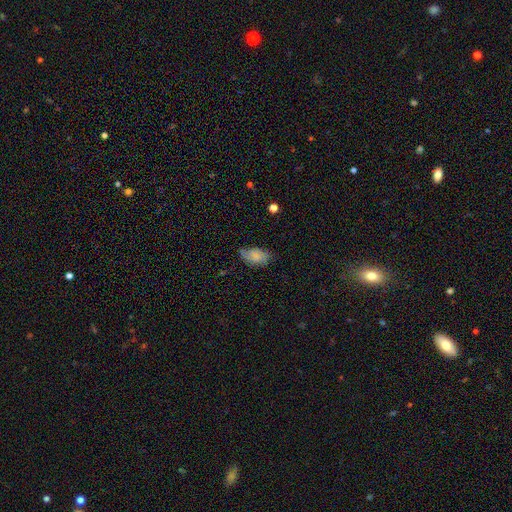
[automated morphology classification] Smooth or featured? Predicted: smooth (p=0.63). How rounded? Predicted: in between (p=0.92). Merging? Predicted: none (p=0.58).